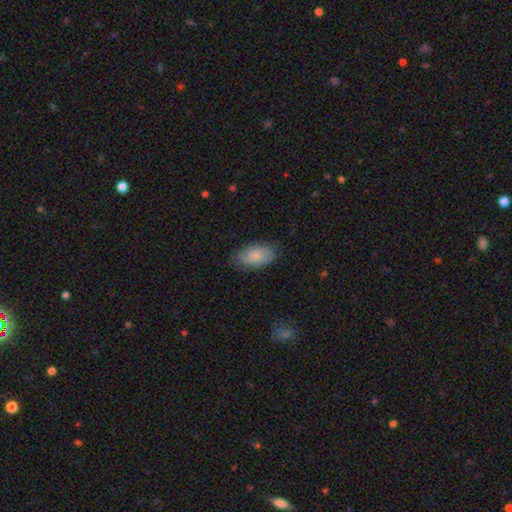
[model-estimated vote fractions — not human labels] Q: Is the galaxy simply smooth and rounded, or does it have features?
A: smooth — 78%.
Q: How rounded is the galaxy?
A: in between — 93%.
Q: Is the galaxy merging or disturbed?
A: none — 77%.